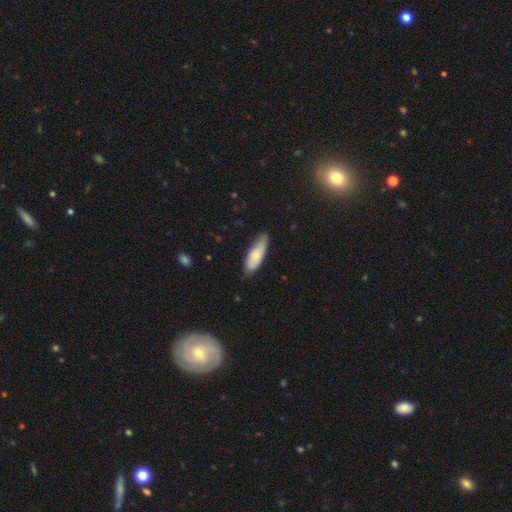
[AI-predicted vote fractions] smooth_or_featured: smooth (p=0.72) [alt: featured or disk p=0.23]
how_rounded: in between (p=0.69) [alt: cigar-shaped p=0.29]
merging: none (p=0.63) [alt: minor disturbance p=0.30]